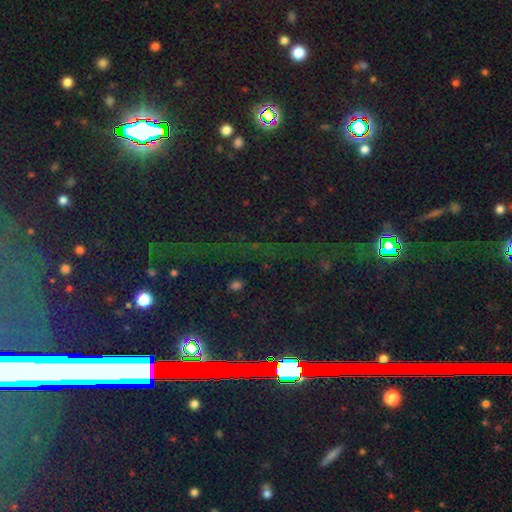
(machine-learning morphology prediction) Smooth or featured? star or artifact (82%)